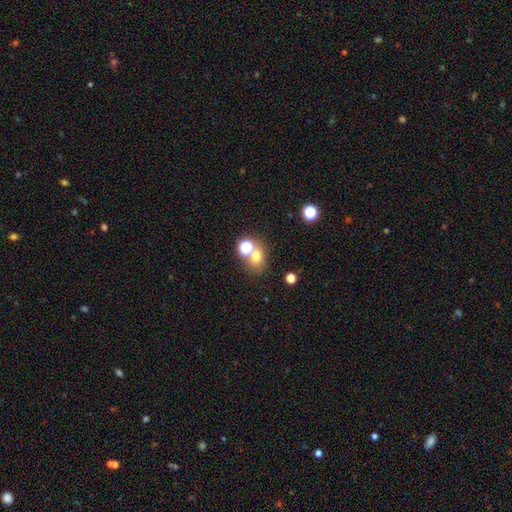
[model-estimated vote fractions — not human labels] This is likely a smooth galaxy (66%). How rounded: likely round (61%). Merging: possibly none (55%).